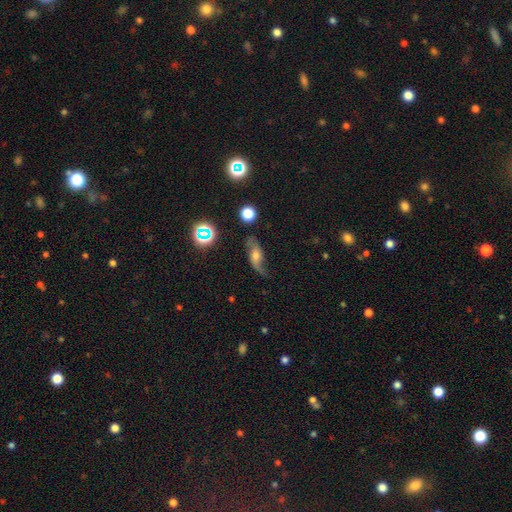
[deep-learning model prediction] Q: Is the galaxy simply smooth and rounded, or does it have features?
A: featured or disk — 60%.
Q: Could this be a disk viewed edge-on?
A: no — 83%.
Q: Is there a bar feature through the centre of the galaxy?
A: no — 65%.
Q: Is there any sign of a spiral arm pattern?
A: yes — 88%.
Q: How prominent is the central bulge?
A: moderate — 53%.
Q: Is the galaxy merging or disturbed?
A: none — 53%.